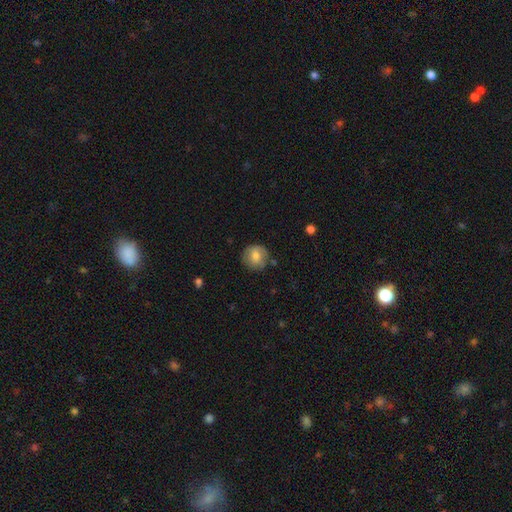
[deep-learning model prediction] Smooth or featured? Predicted: smooth (p=0.72). How rounded? Predicted: round (p=0.89). Merging? Predicted: none (p=0.74).